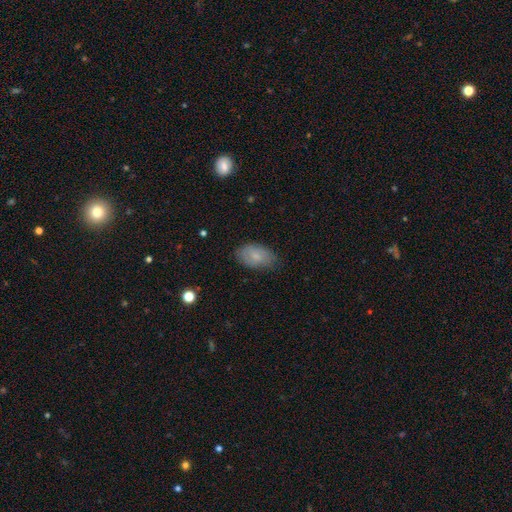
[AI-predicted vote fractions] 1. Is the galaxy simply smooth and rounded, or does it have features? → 72% smooth, 21% featured or disk, 7% star or artifact.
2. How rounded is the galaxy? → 92% in between, 6% round, 2% cigar-shaped.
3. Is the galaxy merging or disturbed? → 69% none, 25% minor disturbance, 5% major disturbance, 1% merger.